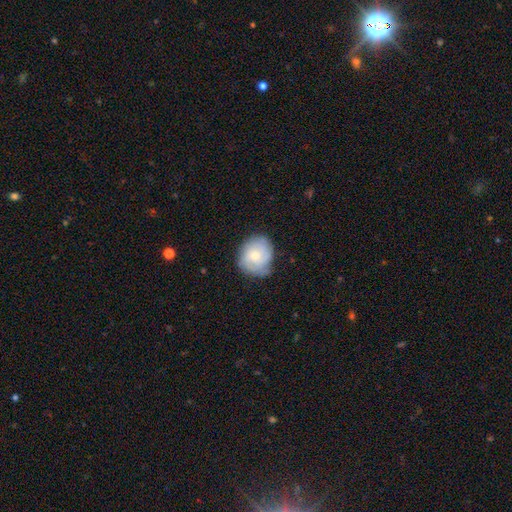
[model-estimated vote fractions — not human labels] smooth_or_featured: smooth (p=0.50) [alt: featured or disk p=0.43]
merging: none (p=0.69) [alt: minor disturbance p=0.24]